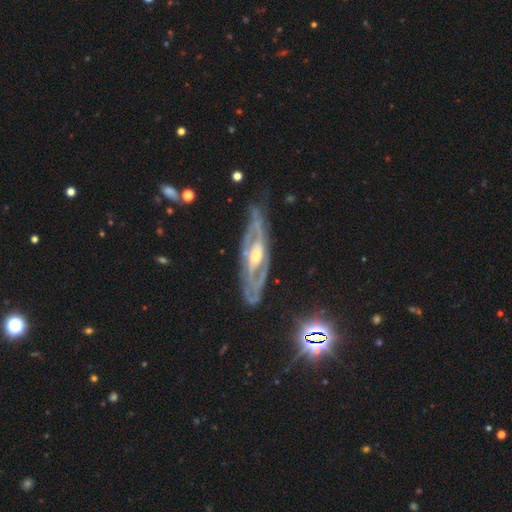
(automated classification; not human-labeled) Morphology: type=featured or disk (89%); edge-on=no (83%); bar=weak (38%); spiral arms=yes (92%); winding=tight (50%); arm count=2 (69%); bulge=moderate (61%); merging=none (73%).